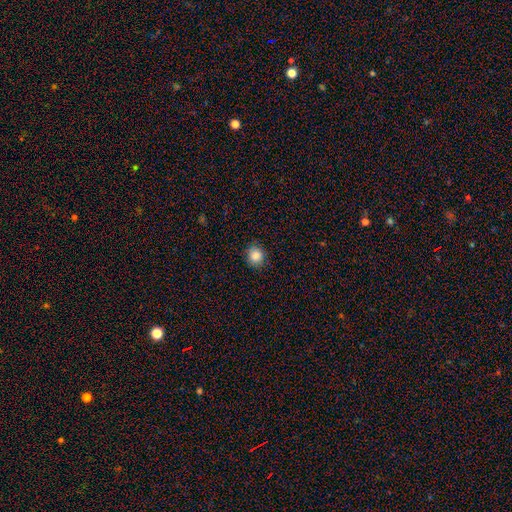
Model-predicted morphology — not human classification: A smooth galaxy with no disk features (86%) that is round (81%). Merging: none (88%).